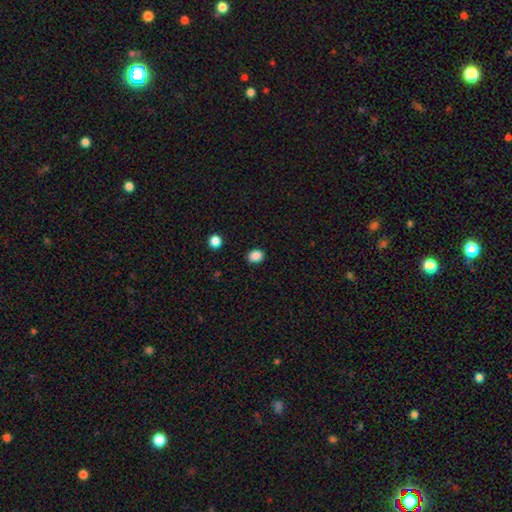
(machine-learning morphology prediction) Smooth or featured? smooth (87%)
How rounded? round (52%)
Merging? none (89%)